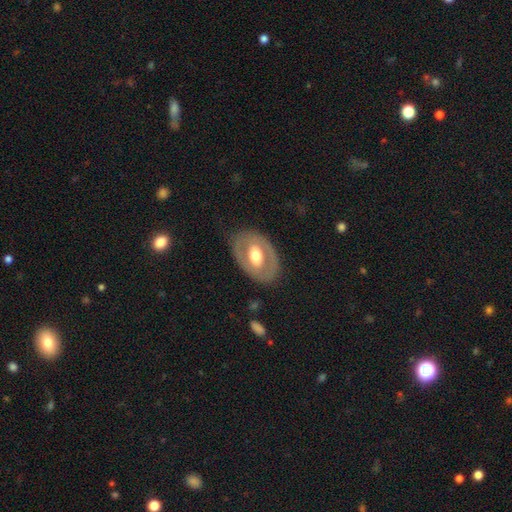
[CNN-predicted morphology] Smooth or featured? Predicted: featured or disk (p=0.56). Edge-on disk? Predicted: no (p=0.90). Bar? Predicted: no (p=0.60). Spiral arms? Predicted: no (p=0.85). Bulge size? Predicted: moderate (p=0.62). Merging? Predicted: none (p=0.80).